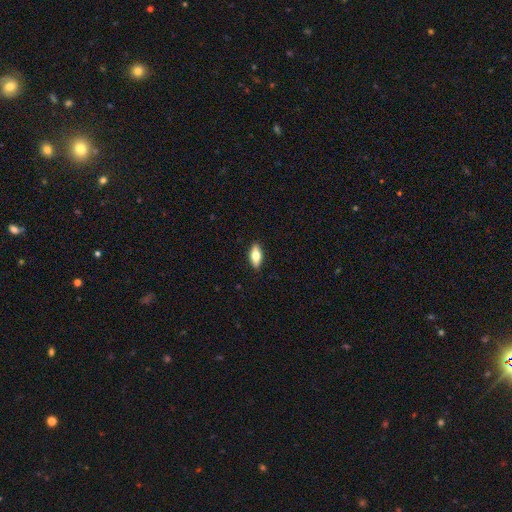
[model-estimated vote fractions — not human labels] Smooth or featured: smooth — 66% (featured or disk — 28%)
How rounded: in between — 80% (cigar-shaped — 17%)
Merging: none — 89% (minor disturbance — 8%)